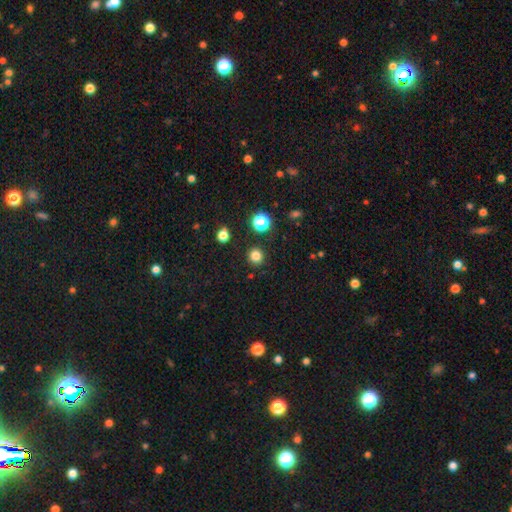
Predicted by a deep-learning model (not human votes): The model was most divided on "smooth or featured": smooth: 80%, star or artifact: 15%, featured or disk: 4%. More confident: how rounded — round (92%); merging — none (90%).